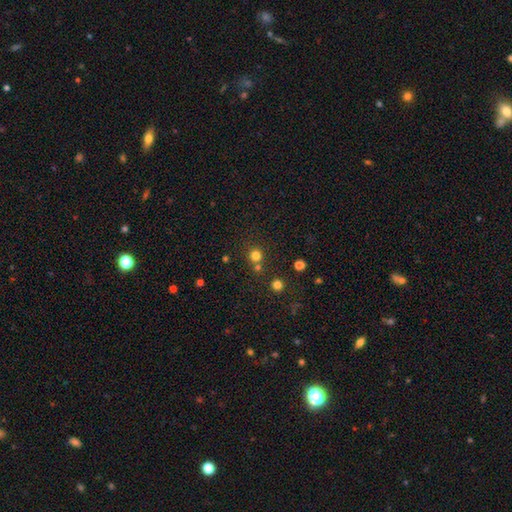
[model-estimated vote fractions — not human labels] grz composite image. It shows a smooth galaxy with no disk features (77%) that is round (93%). Merging: none (72%).